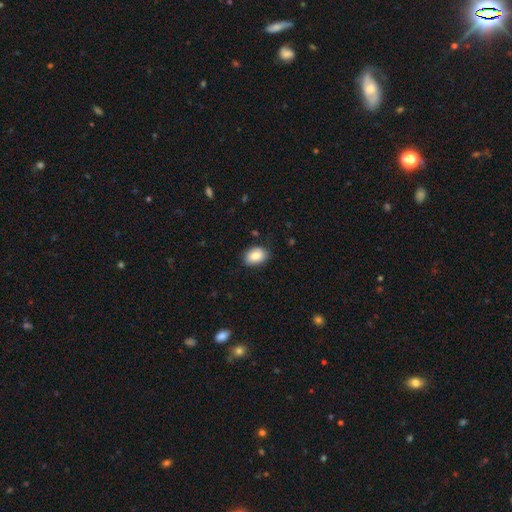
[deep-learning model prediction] Overall: smooth (84%). How rounded: in between (76%). Merging: none (83%).